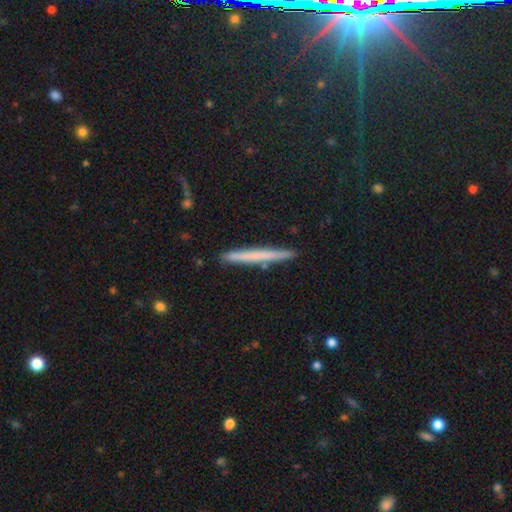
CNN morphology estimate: Overall: smooth (51%; featured or disk 40%). How rounded: cigar-shaped (97%). Merging: none (91%).